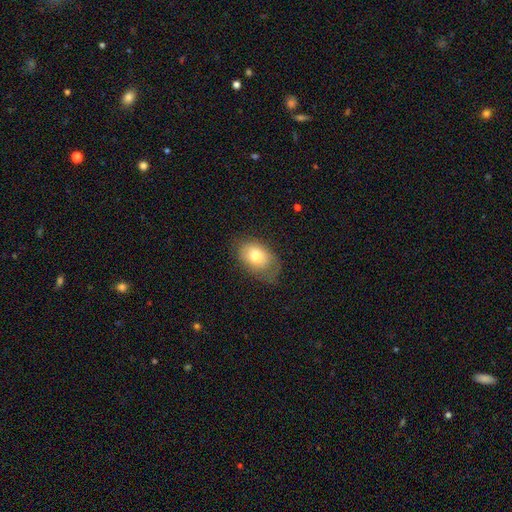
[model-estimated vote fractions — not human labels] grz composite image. It shows a smooth galaxy with no disk features (72%) that is in between round and cigar-shaped (84%). Merging: none (59%).